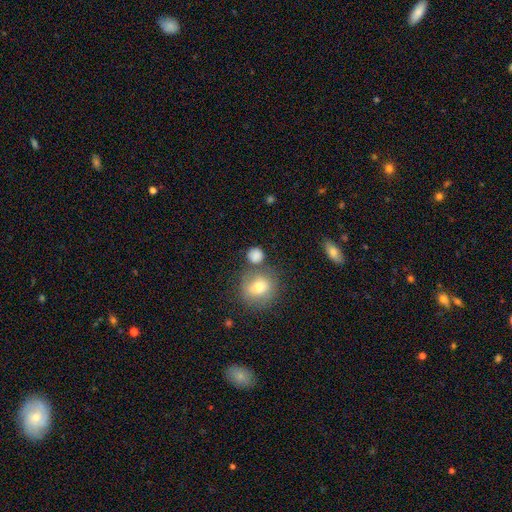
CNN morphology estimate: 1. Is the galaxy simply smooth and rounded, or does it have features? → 82% smooth, 11% star or artifact, 7% featured or disk.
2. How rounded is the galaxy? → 87% round, 12% in between, 1% cigar-shaped.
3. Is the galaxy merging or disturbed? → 68% none, 15% merger, 12% minor disturbance, 5% major disturbance.